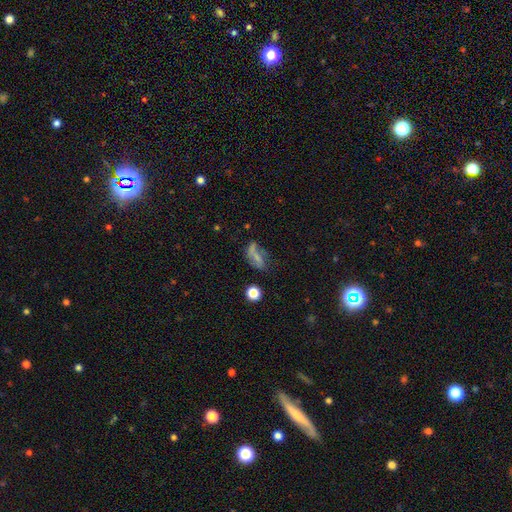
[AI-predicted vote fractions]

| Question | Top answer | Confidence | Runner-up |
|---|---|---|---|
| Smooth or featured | smooth | 47% | featured or disk (37%) |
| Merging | none | 42% | minor disturbance (25%) |